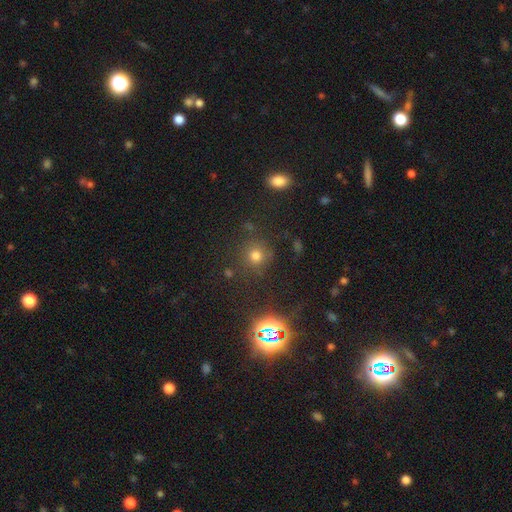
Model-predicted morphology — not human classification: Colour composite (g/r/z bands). It shows a smooth galaxy with no disk features (67%) that is round (91%). Merging: none (80%).